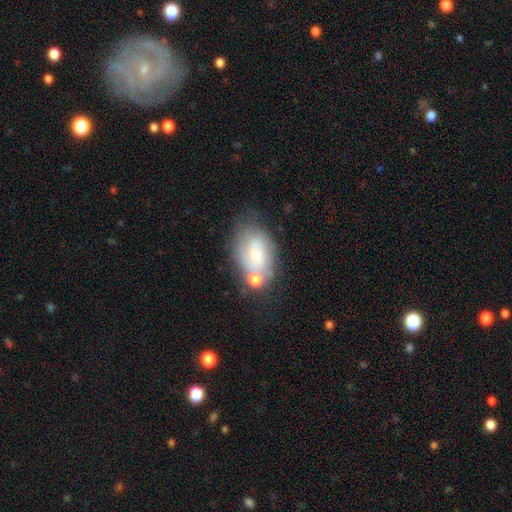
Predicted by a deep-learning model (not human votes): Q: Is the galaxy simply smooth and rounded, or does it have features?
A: smooth — 51%.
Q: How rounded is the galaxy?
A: in between — 88%.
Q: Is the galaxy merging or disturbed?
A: none — 44%.